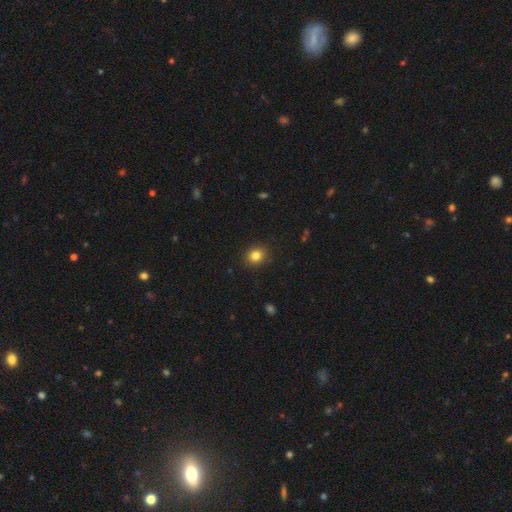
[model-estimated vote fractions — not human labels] Smooth or featured? smooth (83%)
How rounded? round (71%)
Merging? none (90%)